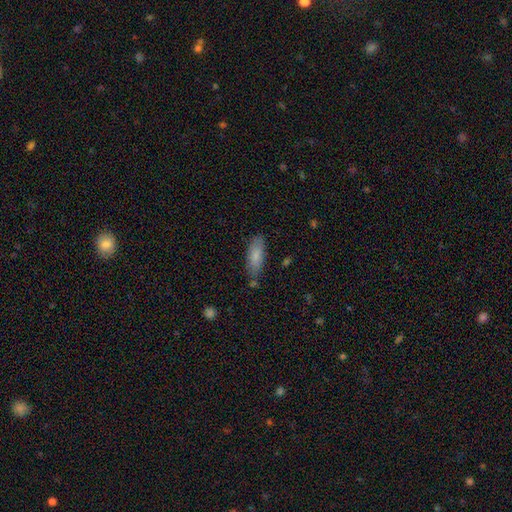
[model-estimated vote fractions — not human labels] Smooth or featured? Predicted: smooth (p=0.83). How rounded? Predicted: in between (p=0.62). Merging? Predicted: none (p=0.75).